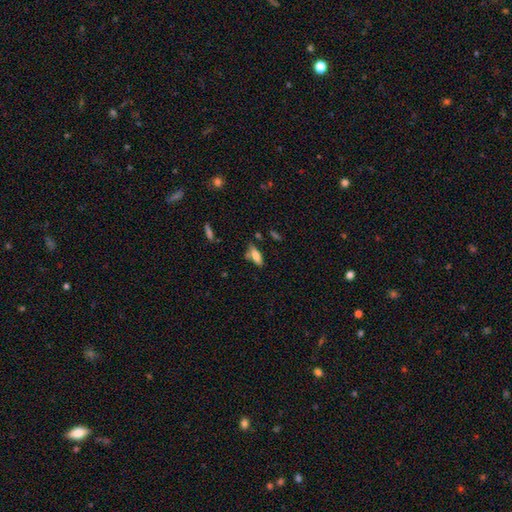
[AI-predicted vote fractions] Smooth or featured? Predicted: smooth (p=0.70). How rounded? Predicted: in between (p=0.69). Merging? Predicted: none (p=0.66).